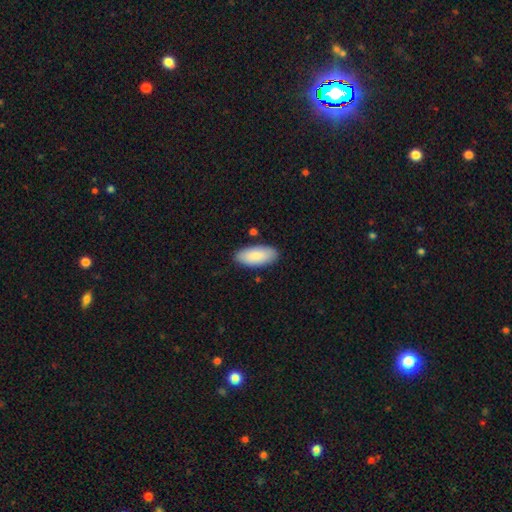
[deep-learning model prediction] This is clearly a smooth galaxy (87%). How rounded: clearly in between (90%). Merging: clearly none (86%).